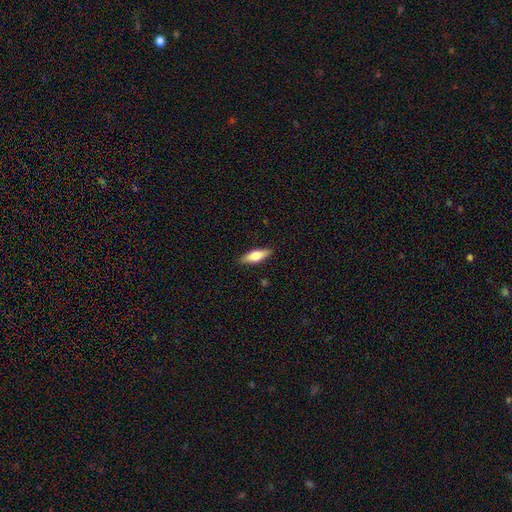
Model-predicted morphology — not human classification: smooth 65%, featured or disk 28%, star or artifact 6%. Down the decision tree: how rounded — in between (57%); merging — none (87%).